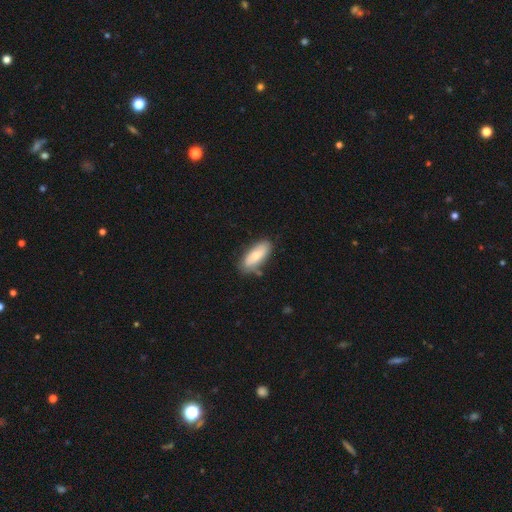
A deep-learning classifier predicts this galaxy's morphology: This appears to be a smooth galaxy with no disk features (74%) that is in between round and cigar-shaped (80%). Merging: none (76%).